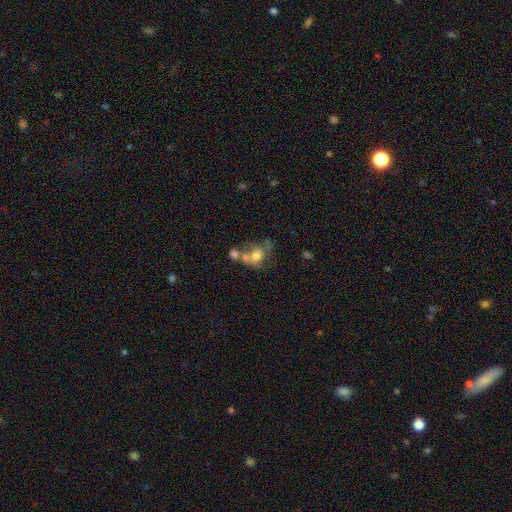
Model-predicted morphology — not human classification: A smooth galaxy with no disk features (55%) that is round (54%). Merging: merger (44%).